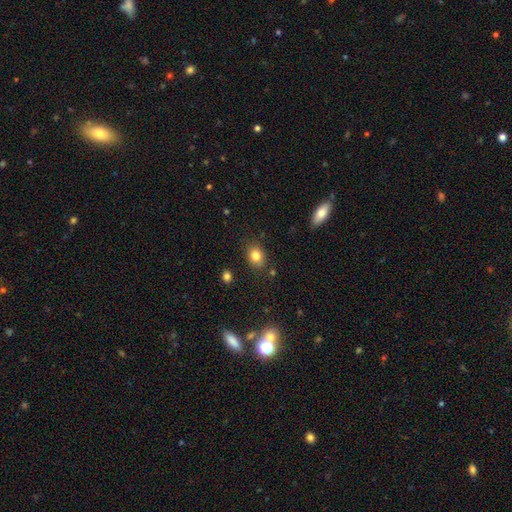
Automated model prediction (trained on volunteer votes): A smooth galaxy with no disk features (81%) that is in between round and cigar-shaped (56%). Merging: none (82%).